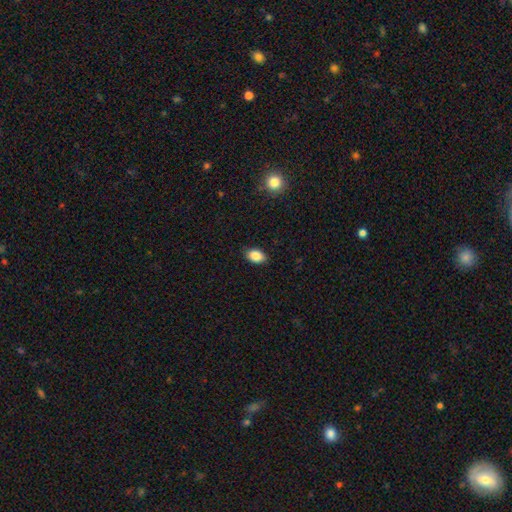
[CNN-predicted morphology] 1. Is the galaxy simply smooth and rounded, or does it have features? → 87% smooth, 8% star or artifact, 4% featured or disk.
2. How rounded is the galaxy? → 84% in between, 15% round, 1% cigar-shaped.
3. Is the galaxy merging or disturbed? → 87% none, 9% minor disturbance, 2% major disturbance, 1% merger.